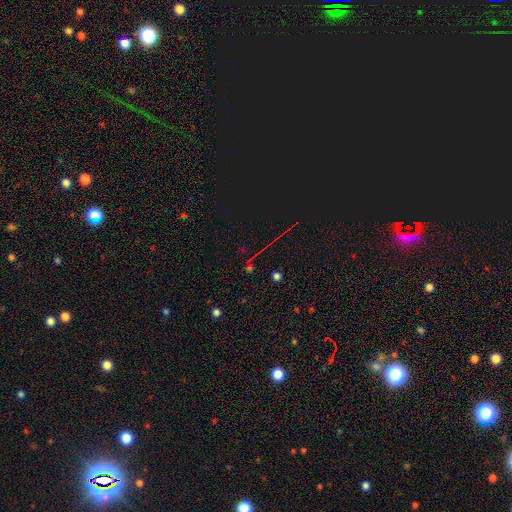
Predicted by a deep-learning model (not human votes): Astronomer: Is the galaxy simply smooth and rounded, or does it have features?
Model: star or artifact — 73%.